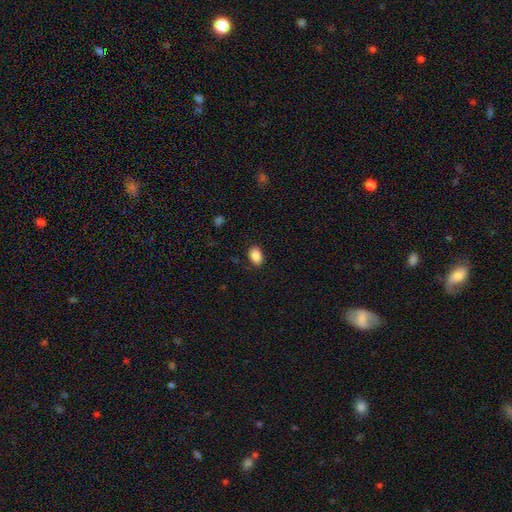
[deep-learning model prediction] This is clearly a smooth galaxy (88%). How rounded: clearly in between (84%). Merging: clearly none (87%).